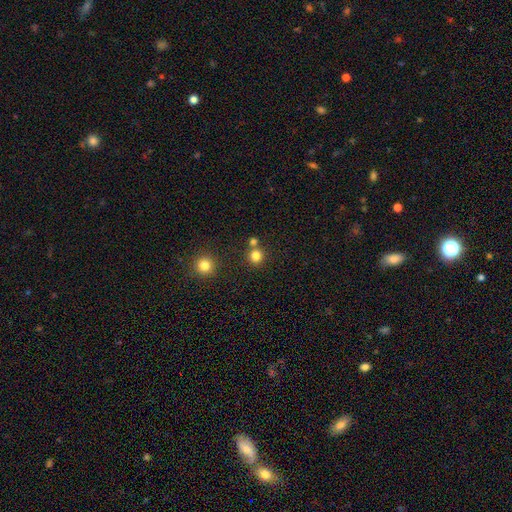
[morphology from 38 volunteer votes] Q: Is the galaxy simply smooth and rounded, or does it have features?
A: smooth — 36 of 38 (95%).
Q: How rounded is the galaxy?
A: round — 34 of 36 (94%).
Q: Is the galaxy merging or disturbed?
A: none — 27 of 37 (73%).